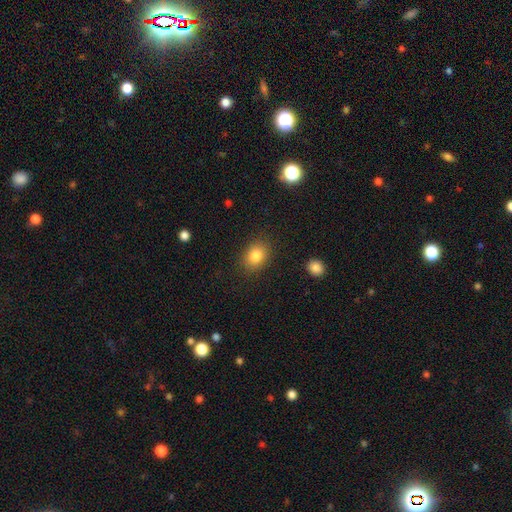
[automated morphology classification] Smooth or featured: smooth — 84% (star or artifact — 10%)
How rounded: in between — 60% (round — 38%)
Merging: none — 86% (minor disturbance — 10%)